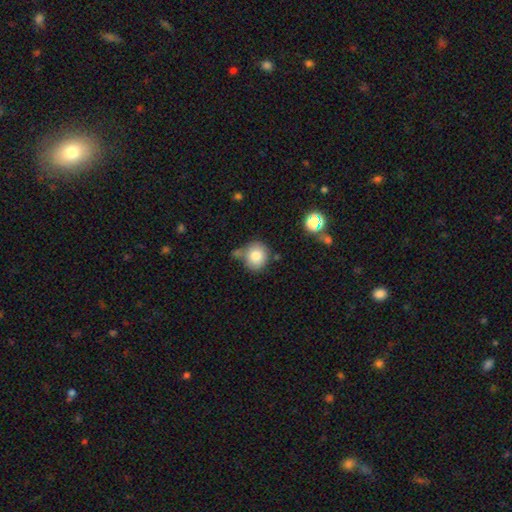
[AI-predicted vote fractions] smooth-or-featured: smooth: 80% | star or artifact: 10% | featured or disk: 10%
  how-rounded: round: 81% | in between: 18% | cigar-shaped: 1%
  merging: none: 63% | minor disturbance: 18% | merger: 14% | major disturbance: 5%